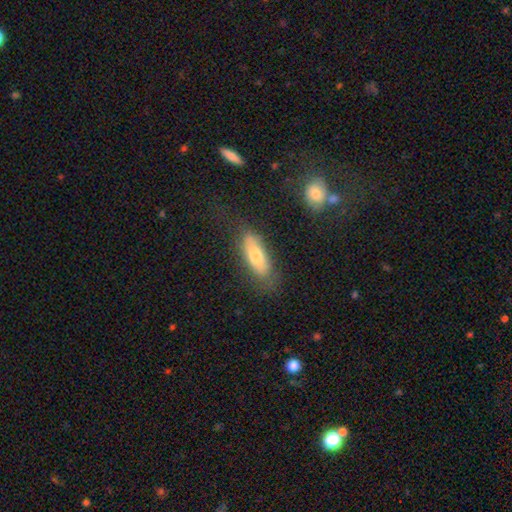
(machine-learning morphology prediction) Smooth or featured?
  - smooth: 70% *
  - featured or disk: 23%
  - star or artifact: 7%
How rounded?
  - in between: 64% *
  - cigar-shaped: 34%
  - round: 3%
Merging?
  - none: 69% *
  - minor disturbance: 21%
  - major disturbance: 8%
  - merger: 3%